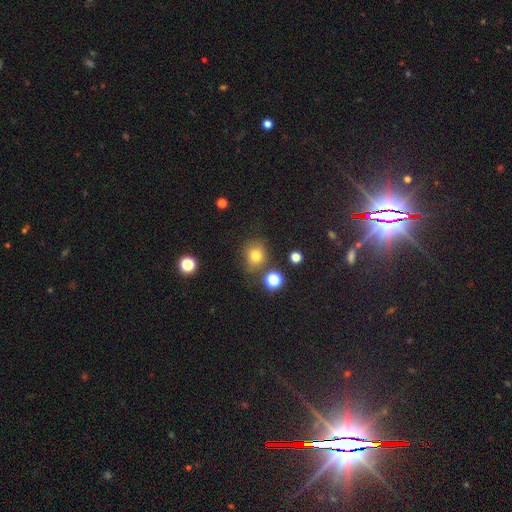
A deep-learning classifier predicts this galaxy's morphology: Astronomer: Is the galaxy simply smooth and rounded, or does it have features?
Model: smooth — 77%.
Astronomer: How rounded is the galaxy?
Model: round — 74%.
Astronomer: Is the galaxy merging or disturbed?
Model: none — 73%.